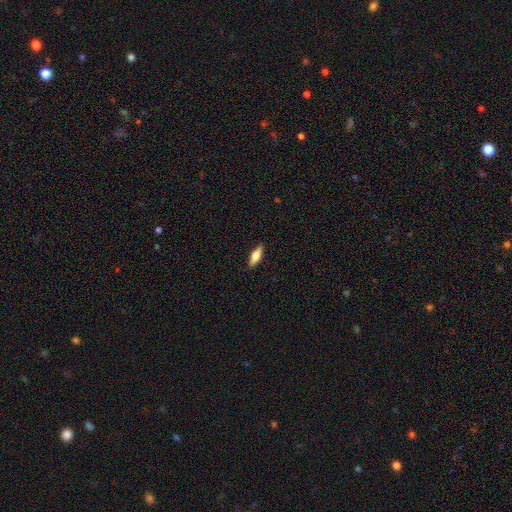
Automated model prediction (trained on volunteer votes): smooth 62%, featured or disk 32%, star or artifact 6%. Down the decision tree: how rounded — in between (51%); merging — none (88%).